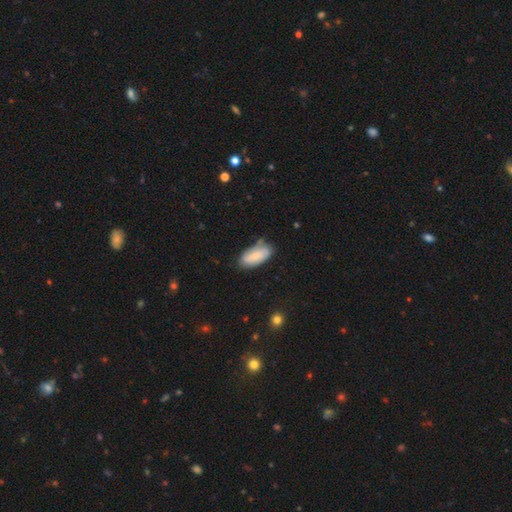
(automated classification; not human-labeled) The model was most divided on "smooth or featured": smooth: 63%, featured or disk: 31%, star or artifact: 7%. More confident: how rounded — in between (91%); merging — none (68%).